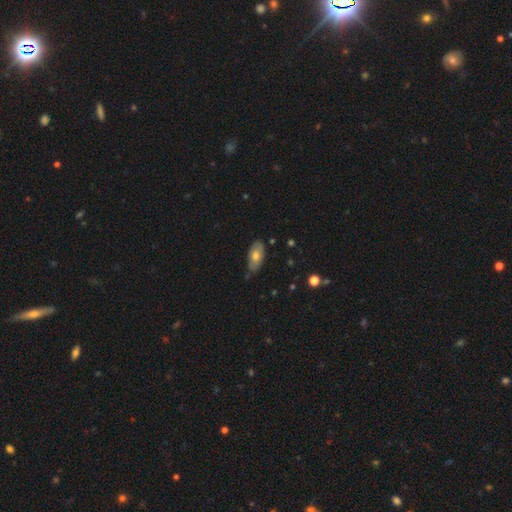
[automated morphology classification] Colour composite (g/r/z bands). It shows a smooth galaxy with no disk features (65%) that is in between round and cigar-shaped (92%). Merging: none (74%).